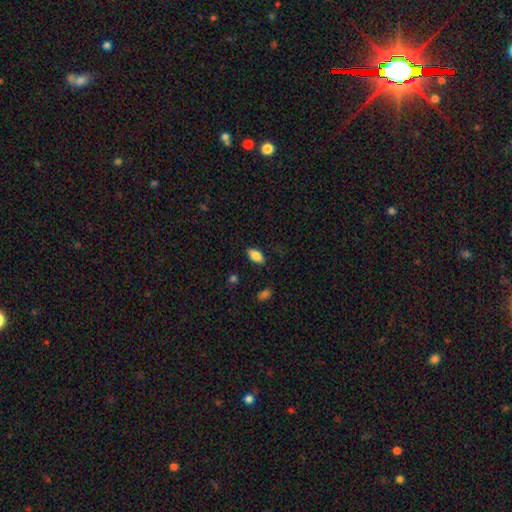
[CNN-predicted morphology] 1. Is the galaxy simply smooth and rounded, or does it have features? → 77% smooth, 16% featured or disk, 7% star or artifact.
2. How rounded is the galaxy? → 88% in between, 9% cigar-shaped, 3% round.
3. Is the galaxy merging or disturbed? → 85% none, 11% minor disturbance, 2% major disturbance, 1% merger.